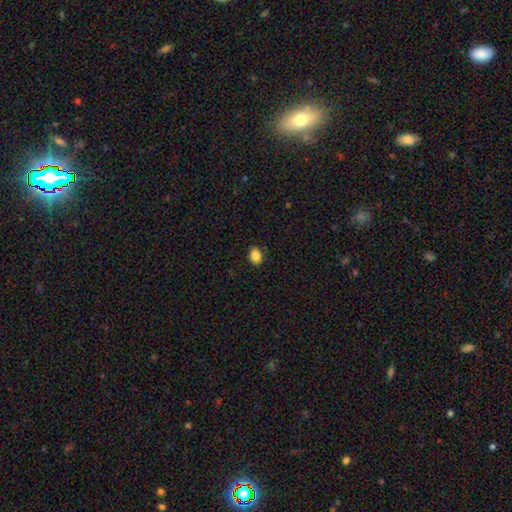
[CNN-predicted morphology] This is clearly a smooth galaxy (86%). How rounded: likely in between (62%). Merging: clearly none (89%).